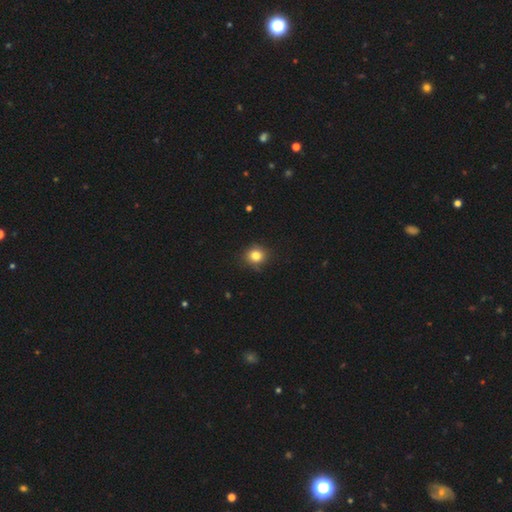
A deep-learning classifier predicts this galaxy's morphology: smooth_or_featured: smooth (p=0.81) [alt: star or artifact p=0.12]
how_rounded: round (p=0.86) [alt: in between p=0.13]
merging: none (p=0.84) [alt: minor disturbance p=0.12]